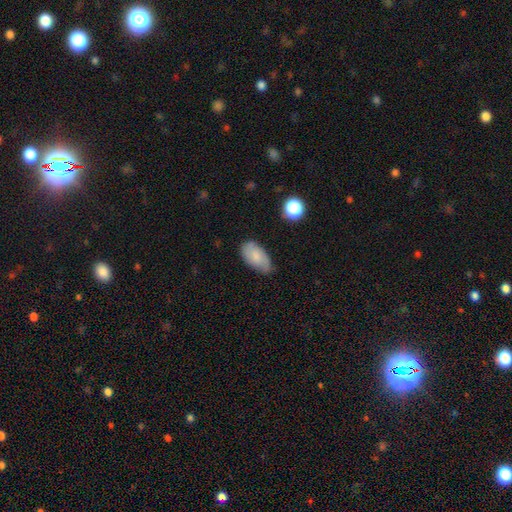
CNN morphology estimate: smooth-or-featured: smooth: 74% | featured or disk: 19% | star or artifact: 7%
  how-rounded: in between: 94% | round: 4% | cigar-shaped: 2%
  merging: none: 67% | minor disturbance: 26% | major disturbance: 5% | merger: 2%